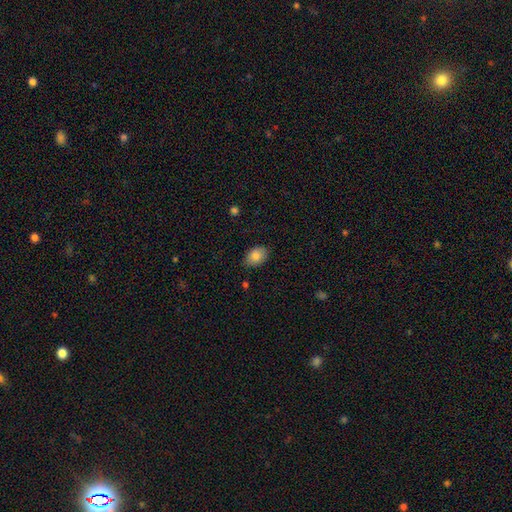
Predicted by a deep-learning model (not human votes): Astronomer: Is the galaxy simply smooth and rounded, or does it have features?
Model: smooth — 83%.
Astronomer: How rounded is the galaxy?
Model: in between — 79%.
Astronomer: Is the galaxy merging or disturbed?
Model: none — 83%.